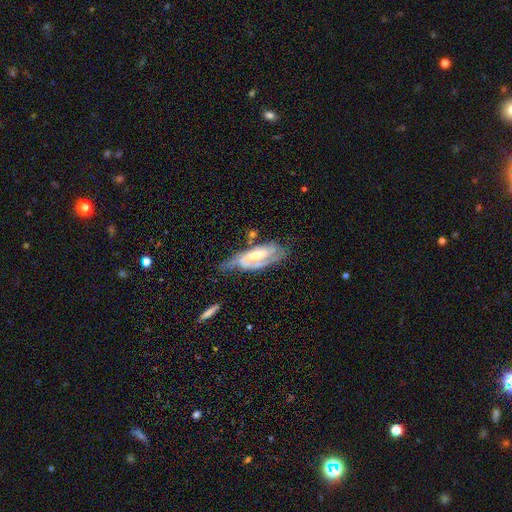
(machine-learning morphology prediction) smooth-or-featured: featured or disk: 83% | smooth: 12% | star or artifact: 5%
  disk-edge-on: no: 91% | yes: 9%
    bar: weak: 42% | no: 35% | strong: 23%
    has-spiral-arms: yes: 93% | no: 7%
      spiral-winding: tight: 52% | medium: 38% | loose: 10%
      spiral-arm-count: 2: 62% | can't tell: 16% | 1: 14% | 3: 5% | 4: 2% | more than 4: 1%
    bulge-size: moderate: 55% | small: 32% | large: 8% | none: 4% | dominant: 1%
  merging: none: 51% | minor disturbance: 27% | major disturbance: 17% | merger: 5%